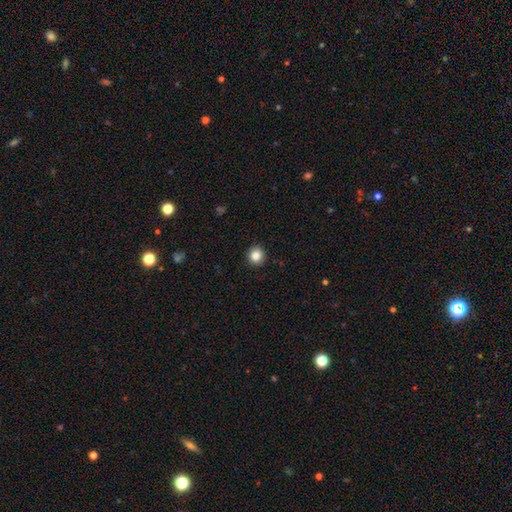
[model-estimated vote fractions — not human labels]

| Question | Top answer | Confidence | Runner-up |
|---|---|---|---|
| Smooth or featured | smooth | 85% | star or artifact (10%) |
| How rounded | round | 89% | in between (10%) |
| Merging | none | 91% | minor disturbance (6%) |